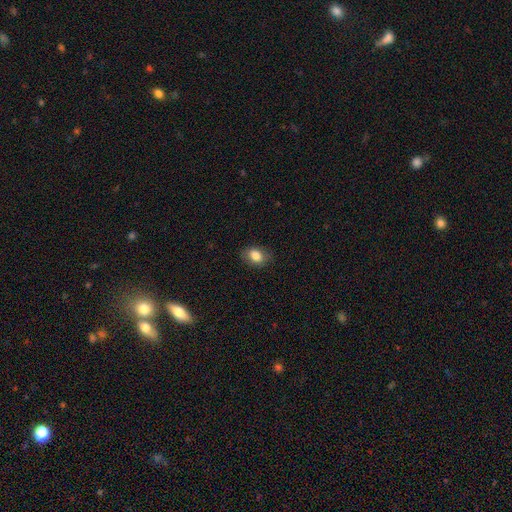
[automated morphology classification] Smooth or featured? smooth (83%)
How rounded? in between (78%)
Merging? none (81%)